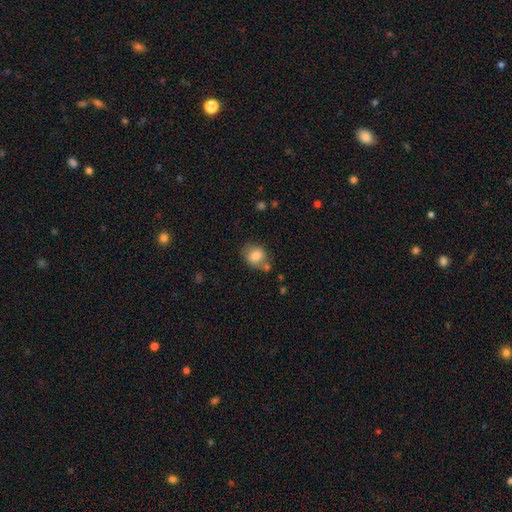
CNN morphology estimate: Smooth or featured?
  - smooth: 75% *
  - featured or disk: 16%
  - star or artifact: 9%
How rounded?
  - round: 62% *
  - in between: 37%
  - cigar-shaped: 1%
Merging?
  - none: 61% *
  - minor disturbance: 19%
  - merger: 14%
  - major disturbance: 6%